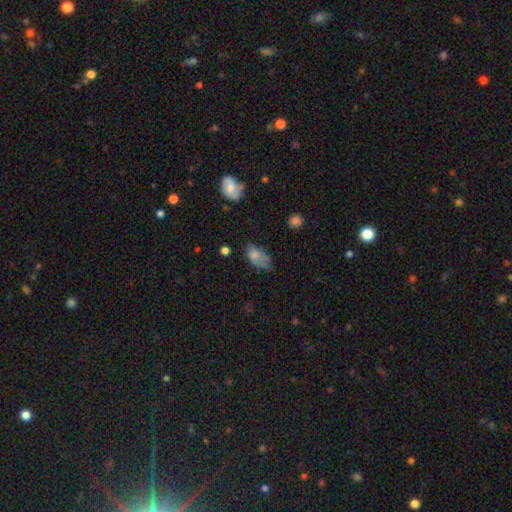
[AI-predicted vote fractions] Smooth or featured?
  - smooth: 72% *
  - featured or disk: 19%
  - star or artifact: 9%
How rounded?
  - in between: 91% *
  - round: 5%
  - cigar-shaped: 4%
Merging?
  - none: 39% *
  - minor disturbance: 38%
  - major disturbance: 19%
  - merger: 3%